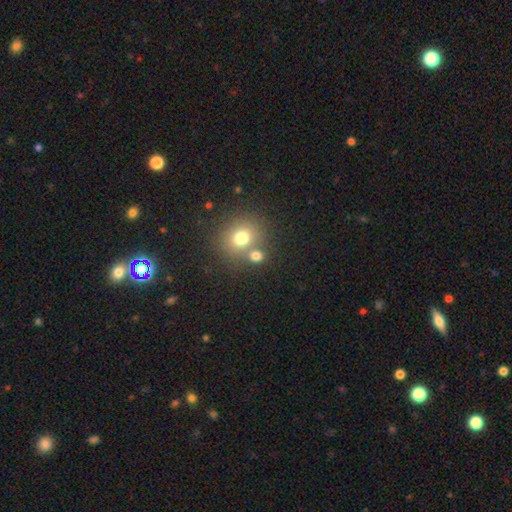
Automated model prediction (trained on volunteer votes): A smooth galaxy with no disk features (75%) that is round (68%).

Vote fractions:
- Smooth or featured? smooth: 75% / star or artifact: 14% / featured or disk: 11%
- How rounded? round: 68% / in between: 31% / cigar-shaped: 1%
- Merging? none: 54% / merger: 34% / minor disturbance: 9% / major disturbance: 4%